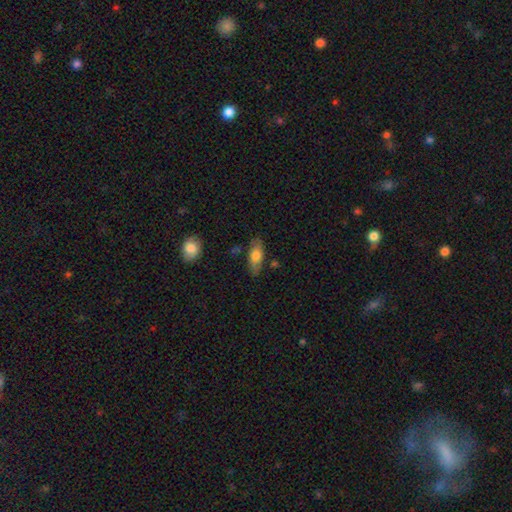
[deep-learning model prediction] smooth-or-featured: smooth: 67% | featured or disk: 26% | star or artifact: 7%
  how-rounded: in between: 82% | cigar-shaped: 14% | round: 4%
  merging: none: 74% | minor disturbance: 18% | major disturbance: 4% | merger: 3%